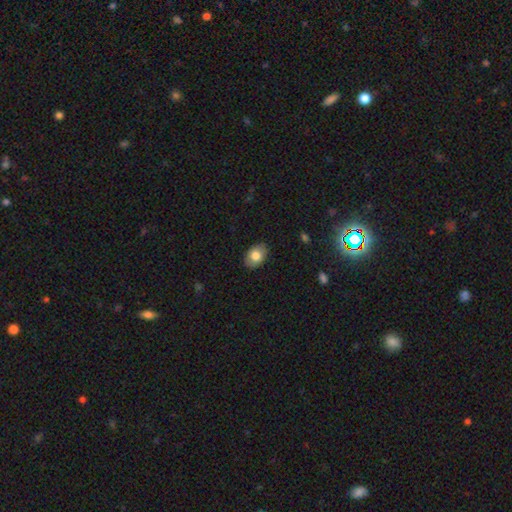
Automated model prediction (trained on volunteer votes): A smooth galaxy with no disk features (77%) that is in between round and cigar-shaped (86%).

Vote fractions:
- Smooth or featured? smooth: 77% / featured or disk: 16% / star or artifact: 7%
- How rounded? in between: 86% / round: 13% / cigar-shaped: 1%
- Merging? none: 86% / minor disturbance: 11% / major disturbance: 2% / merger: 1%